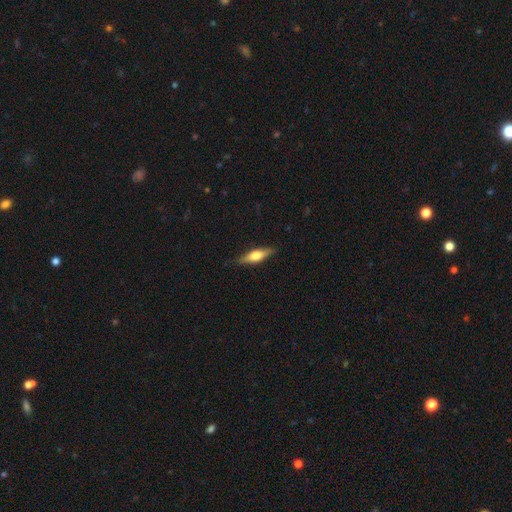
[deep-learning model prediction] smooth-or-featured: smooth: 48% | featured or disk: 46% | star or artifact: 6%
  merging: none: 84% | minor disturbance: 12% | major disturbance: 2% | merger: 1%